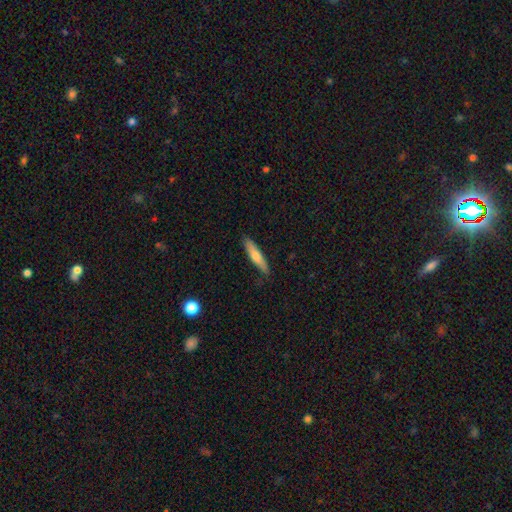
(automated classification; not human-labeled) This is likely a smooth galaxy (69%). How rounded: clearly cigar-shaped (82%). Merging: clearly none (81%).